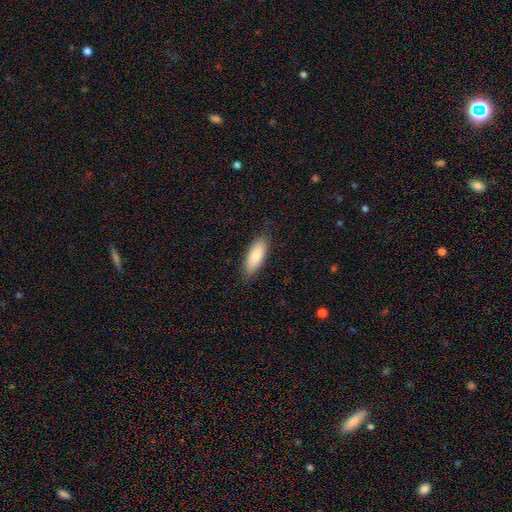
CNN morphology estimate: Q: Smooth or featured?
A: smooth (85%); runner-up: featured or disk (10%)
Q: How rounded?
A: in between (69%); runner-up: cigar-shaped (29%)
Q: Merging?
A: none (84%); runner-up: minor disturbance (12%)